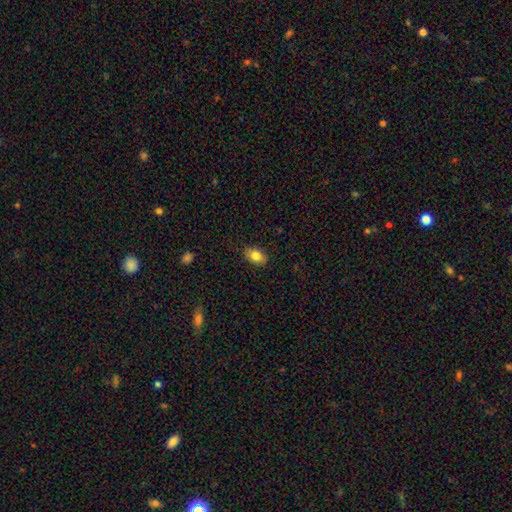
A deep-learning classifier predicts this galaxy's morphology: A smooth galaxy with no disk features (82%) that is in between round and cigar-shaped (82%).

Vote fractions:
- Smooth or featured? smooth: 82% / featured or disk: 9% / star or artifact: 8%
- How rounded? in between: 82% / round: 17% / cigar-shaped: 2%
- Merging? none: 86% / minor disturbance: 11% / major disturbance: 2% / merger: 1%